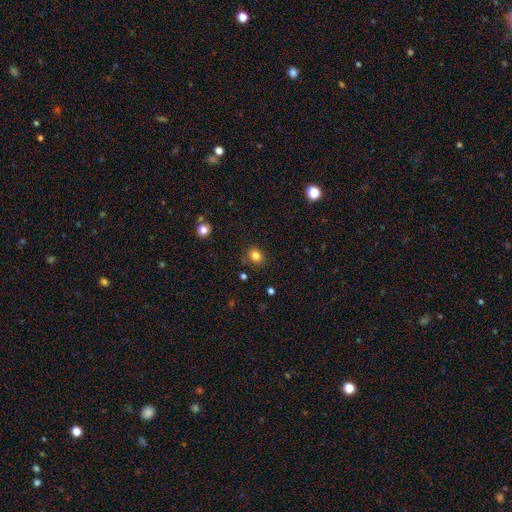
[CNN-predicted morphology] The model was most divided on "how rounded": round: 55%, in between: 44%, cigar-shaped: 1%. More confident: merging — none (83%); smooth or featured — smooth (82%).